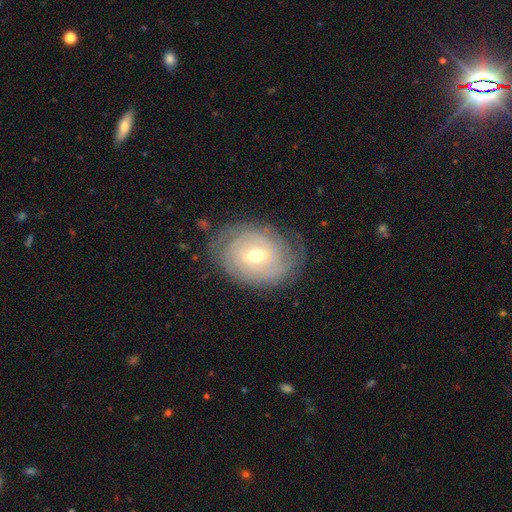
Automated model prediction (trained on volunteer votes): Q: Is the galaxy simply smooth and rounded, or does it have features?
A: featured or disk — 78%.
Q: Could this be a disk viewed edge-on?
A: no — 95%.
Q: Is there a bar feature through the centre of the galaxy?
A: weak — 53%.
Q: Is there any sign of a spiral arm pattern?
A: yes — 87%.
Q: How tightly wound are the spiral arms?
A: tight — 78%.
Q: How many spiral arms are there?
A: can't tell — 50%.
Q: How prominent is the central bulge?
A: moderate — 63%.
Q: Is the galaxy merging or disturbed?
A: none — 75%.